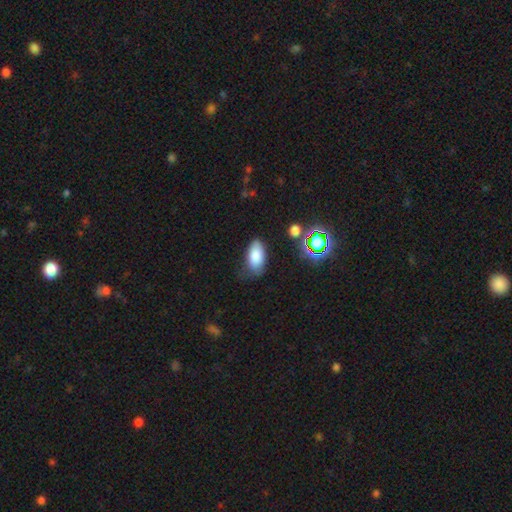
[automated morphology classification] Overall: smooth (81%). How rounded: in between (93%). Merging: none (65%).